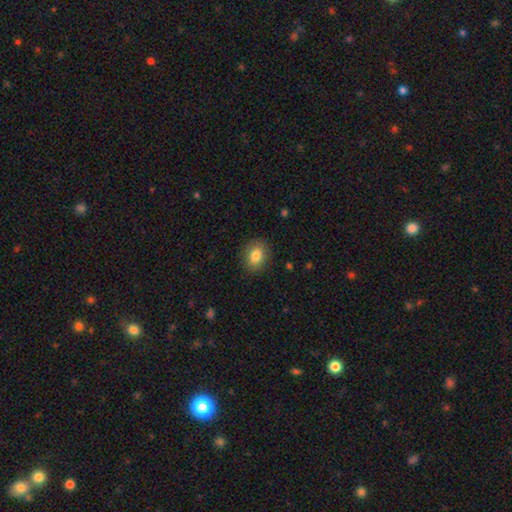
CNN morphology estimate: This is clearly a smooth galaxy (83%). How rounded: possibly in between (59%). Merging: clearly none (87%).